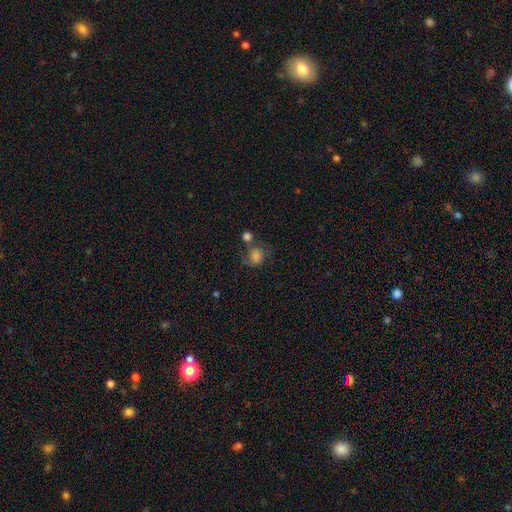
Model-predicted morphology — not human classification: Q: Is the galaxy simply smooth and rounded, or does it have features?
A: smooth — 65%.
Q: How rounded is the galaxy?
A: round — 69%.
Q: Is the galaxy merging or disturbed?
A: none — 40%.